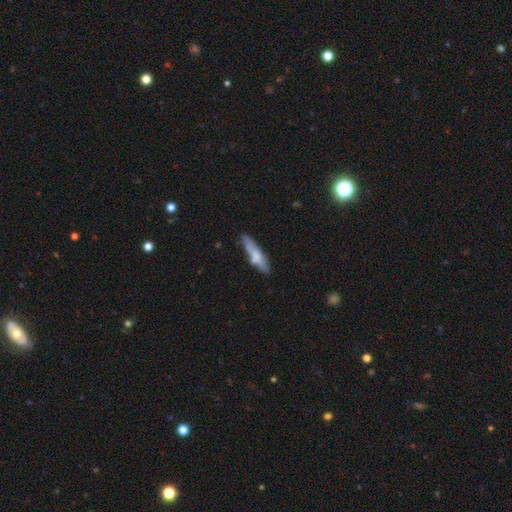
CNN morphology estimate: Smooth or featured: smooth — 64% (featured or disk — 30%)
How rounded: cigar-shaped — 75% (in between — 23%)
Merging: none — 67% (minor disturbance — 22%)